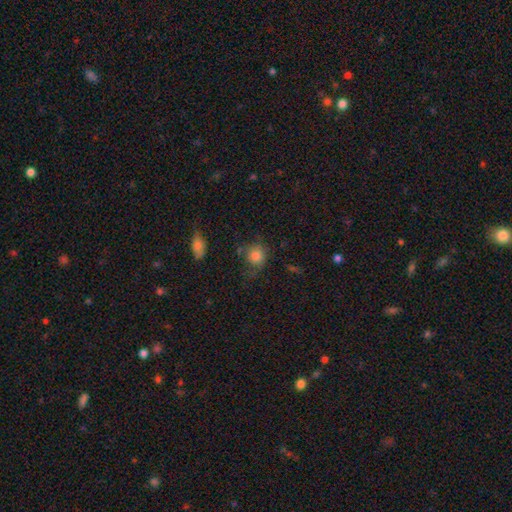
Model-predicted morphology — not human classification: Overall: smooth (82%). How rounded: round (80%). Merging: none (59%; minor disturbance 24%).